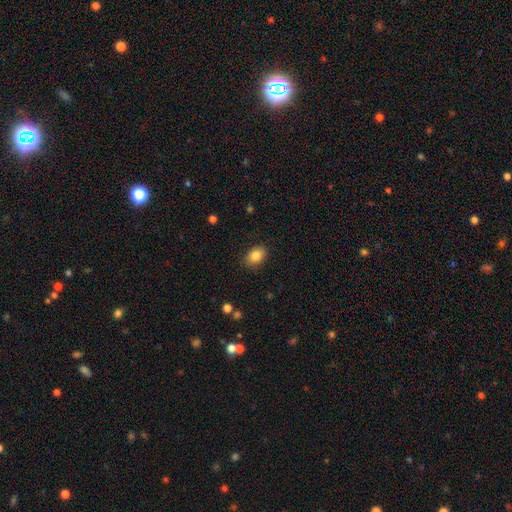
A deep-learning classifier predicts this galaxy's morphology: Smooth or featured?
  - smooth: 85% *
  - star or artifact: 8%
  - featured or disk: 7%
How rounded?
  - in between: 79% *
  - round: 20%
  - cigar-shaped: 1%
Merging?
  - none: 86% *
  - minor disturbance: 10%
  - major disturbance: 2%
  - merger: 1%